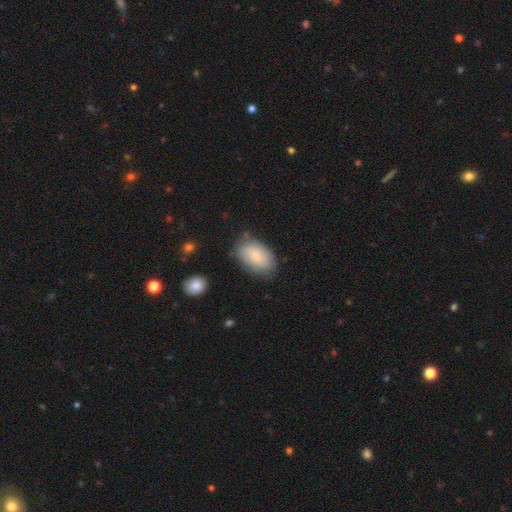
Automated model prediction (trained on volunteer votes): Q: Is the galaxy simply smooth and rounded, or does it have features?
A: smooth — 75%.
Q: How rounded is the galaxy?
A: in between — 91%.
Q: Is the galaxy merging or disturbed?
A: none — 74%.